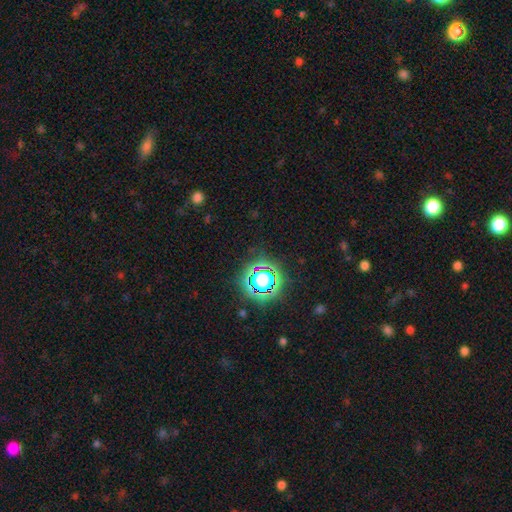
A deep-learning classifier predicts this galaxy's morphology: Smooth or featured?
  - star or artifact: 78% *
  - smooth: 14%
  - featured or disk: 8%